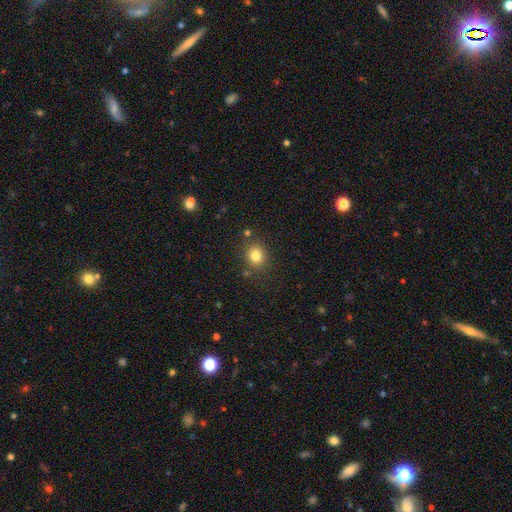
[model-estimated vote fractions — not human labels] This is clearly a smooth galaxy (81%). How rounded: likely round (72%). Merging: clearly none (82%).